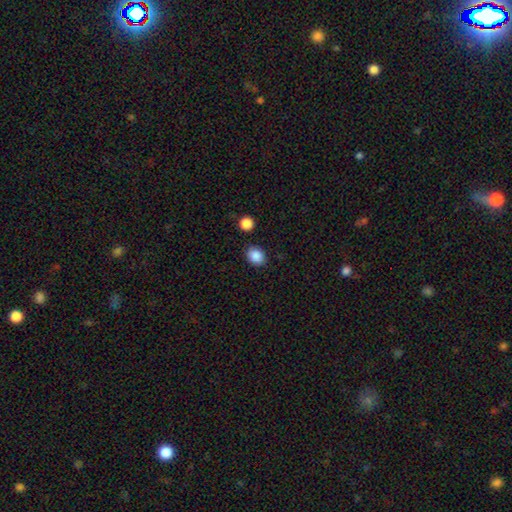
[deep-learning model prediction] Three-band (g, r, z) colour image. It shows a smooth galaxy with no disk features (87%) that is round (54%). Merging: none (84%).